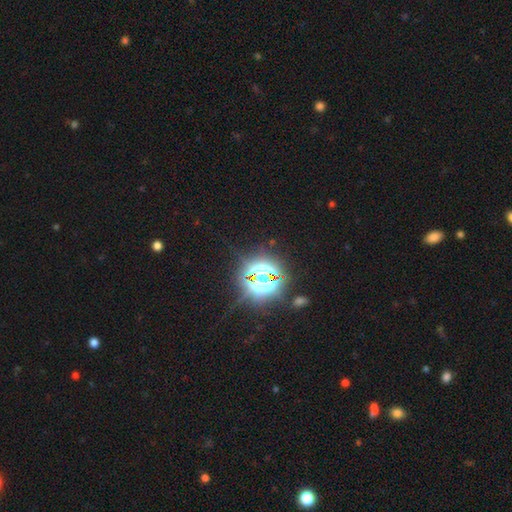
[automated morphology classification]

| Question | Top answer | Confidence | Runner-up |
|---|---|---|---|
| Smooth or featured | star or artifact | 85% | smooth (10%) |